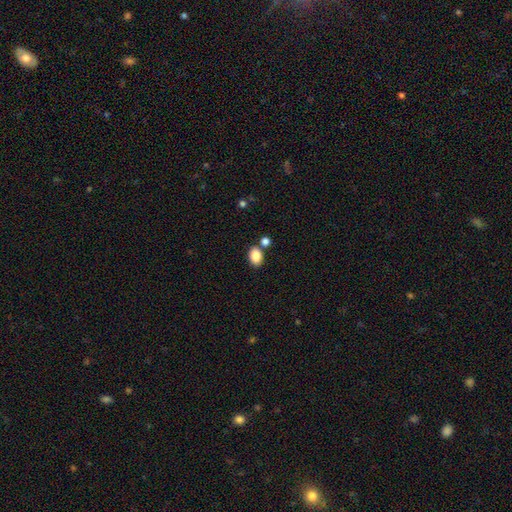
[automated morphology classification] A smooth galaxy with no disk features (87%) that is in between round and cigar-shaped (80%). Merging: none (73%).